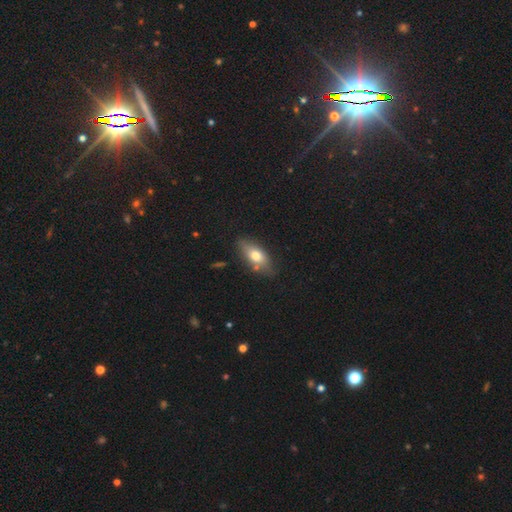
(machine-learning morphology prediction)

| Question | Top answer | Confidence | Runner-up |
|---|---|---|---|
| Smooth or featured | smooth | 68% | featured or disk (24%) |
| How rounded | in between | 82% | cigar-shaped (13%) |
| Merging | none | 75% | minor disturbance (17%) |